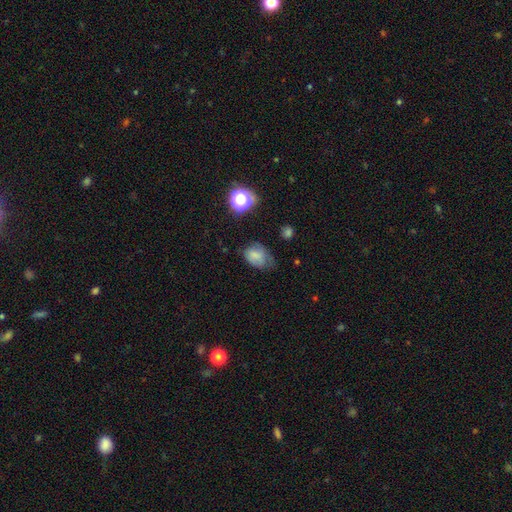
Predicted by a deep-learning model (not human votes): smooth_or_featured: smooth (p=0.71) [alt: featured or disk p=0.15]
how_rounded: in between (p=0.71) [alt: round p=0.28]
merging: none (p=0.45) [alt: minor disturbance p=0.36]